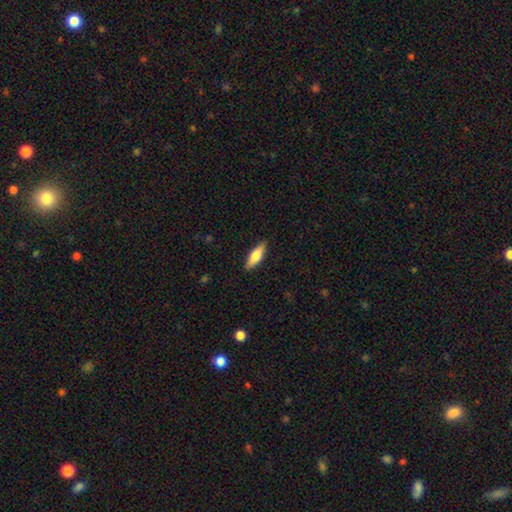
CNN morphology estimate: Smooth or featured?
  - smooth: 64% *
  - featured or disk: 30%
  - star or artifact: 6%
How rounded?
  - in between: 56% *
  - cigar-shaped: 42%
  - round: 2%
Merging?
  - none: 87% *
  - minor disturbance: 10%
  - major disturbance: 2%
  - merger: 1%